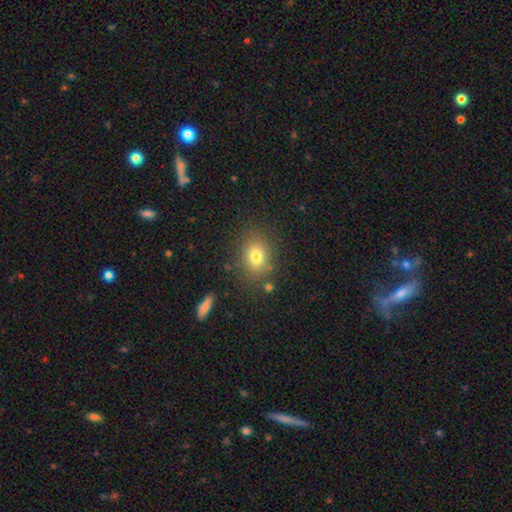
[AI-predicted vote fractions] Morphology: type=smooth (76%); roundness=in between (57%); merging=none (82%).